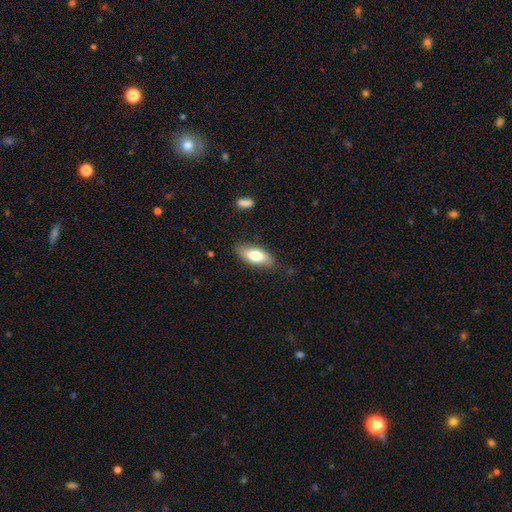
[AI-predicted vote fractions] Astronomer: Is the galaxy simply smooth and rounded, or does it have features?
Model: smooth — 75%.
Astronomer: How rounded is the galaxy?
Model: in between — 79%.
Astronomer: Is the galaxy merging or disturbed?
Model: none — 82%.